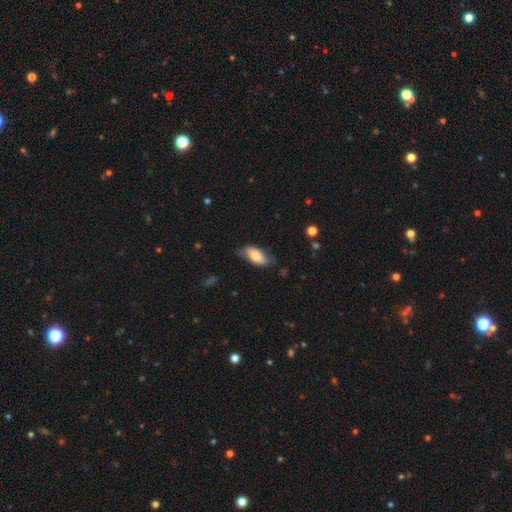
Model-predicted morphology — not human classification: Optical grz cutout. It shows a smooth galaxy with no disk features (72%) that is in between round and cigar-shaped (89%). Merging: none (67%).